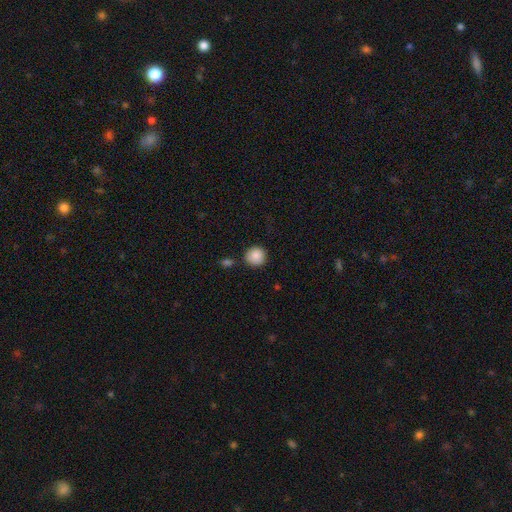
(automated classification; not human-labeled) The model was most divided on "merging": none: 85%, minor disturbance: 9%, merger: 4%, major disturbance: 2%. More confident: how rounded — round (93%); smooth or featured — smooth (88%).